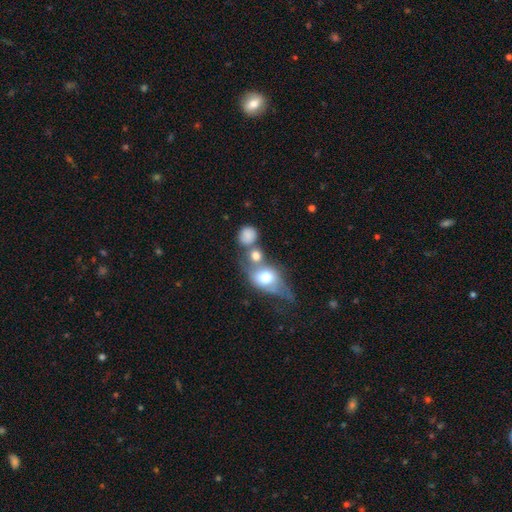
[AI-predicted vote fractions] Smooth or featured? Predicted: smooth (p=0.70). How rounded? Predicted: round (p=0.56). Merging? Predicted: merger (p=0.50).